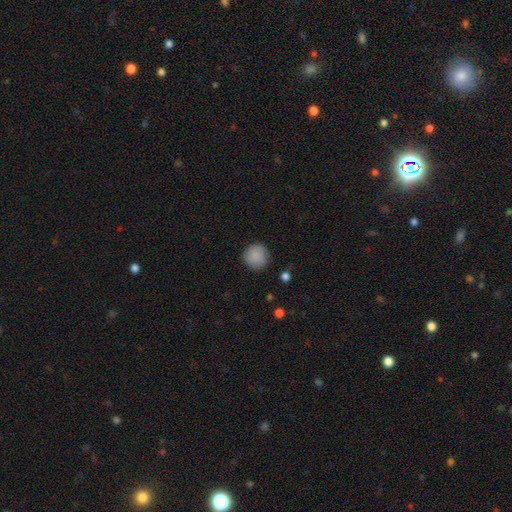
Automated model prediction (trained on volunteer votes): A smooth galaxy with no disk features (87%) that is round (93%). Merging: none (85%).